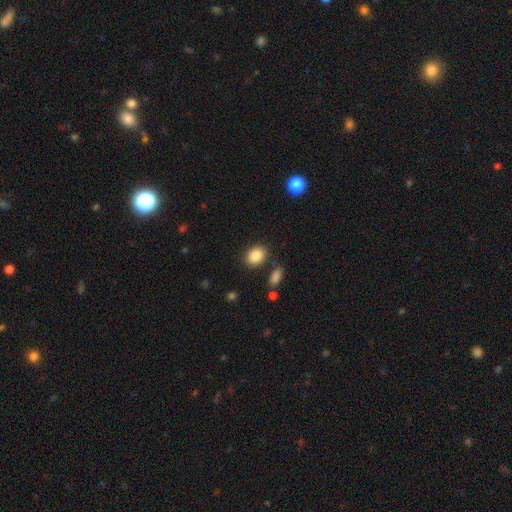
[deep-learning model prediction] Q: Smooth or featured?
A: smooth (87%); runner-up: star or artifact (8%)
Q: How rounded?
A: in between (67%); runner-up: round (32%)
Q: Merging?
A: none (81%); runner-up: minor disturbance (11%)